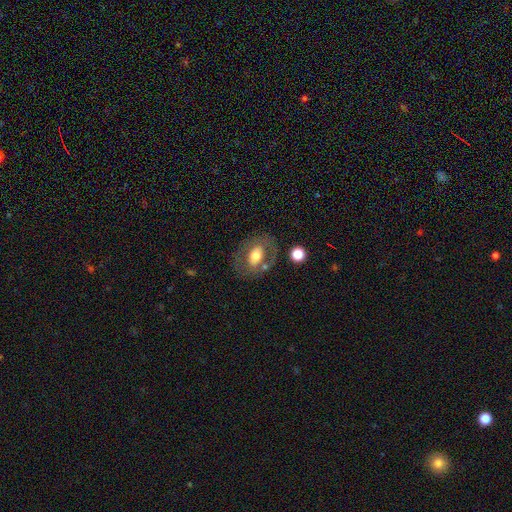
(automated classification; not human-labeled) This appears to be a smooth galaxy with no disk features (53%) that is in between round and cigar-shaped (76%). Merging: none (66%).